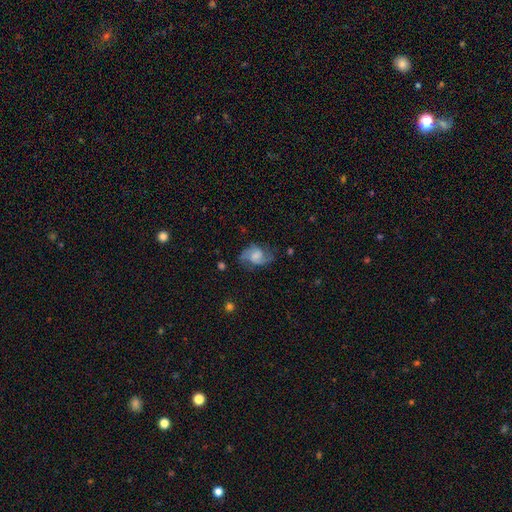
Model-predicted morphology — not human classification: Smooth or featured? featured or disk (73%)
Edge-on disk? no (98%)
Bar? weak (45%)
Spiral arms? yes (94%)
Spiral winding? medium (51%)
Spiral arm count? 2 (86%)
Bulge size? none (34%)
Merging? none (66%)